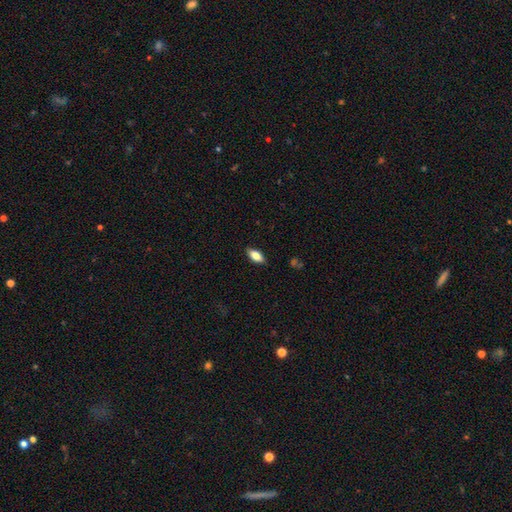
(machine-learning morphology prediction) Smooth or featured: smooth — 77% (featured or disk — 16%)
How rounded: in between — 86% (cigar-shaped — 11%)
Merging: none — 87% (minor disturbance — 10%)